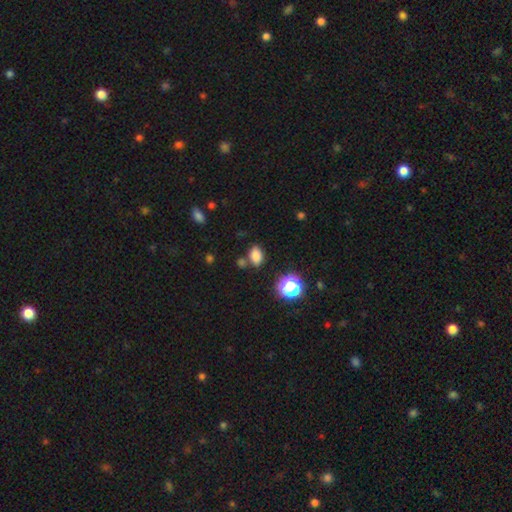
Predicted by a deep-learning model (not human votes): Smooth or featured? Predicted: smooth (p=0.79). How rounded? Predicted: in between (p=0.79). Merging? Predicted: none (p=0.75).